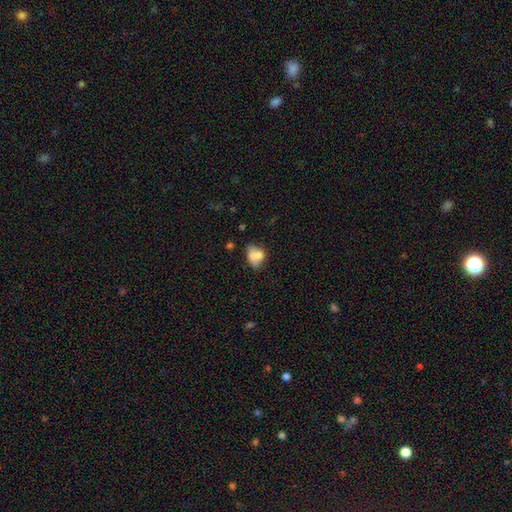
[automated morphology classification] The model was most divided on "merging": none: 37%, minor disturbance: 28%, merger: 24%, major disturbance: 11%. More confident: smooth or featured — smooth (73%); how rounded — in between (67%).